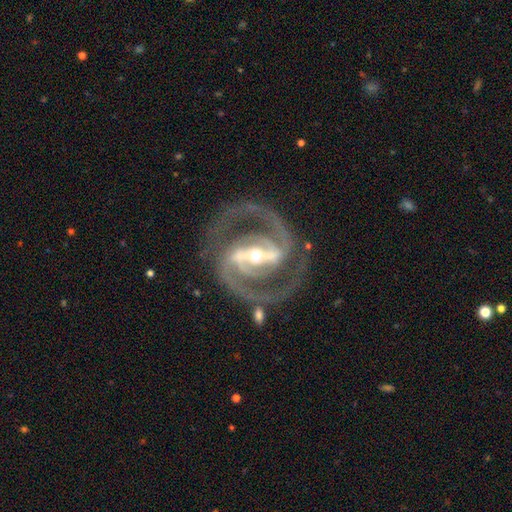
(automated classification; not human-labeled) smooth-or-featured: featured or disk: 94% | star or artifact: 4% | smooth: 2%
  disk-edge-on: no: 97% | yes: 3%
    bar: strong: 76% | weak: 18% | no: 6%
    has-spiral-arms: yes: 99% | no: 1%
      spiral-winding: medium: 58% | tight: 36% | loose: 6%
      spiral-arm-count: 2: 93% | 3: 3% | can't tell: 1% | 1: 1% | 4: 1% | more than 4: 1%
    bulge-size: small: 50% | moderate: 45% | large: 3% | none: 1% | dominant: 1%
  merging: none: 81% | minor disturbance: 11% | major disturbance: 5% | merger: 3%